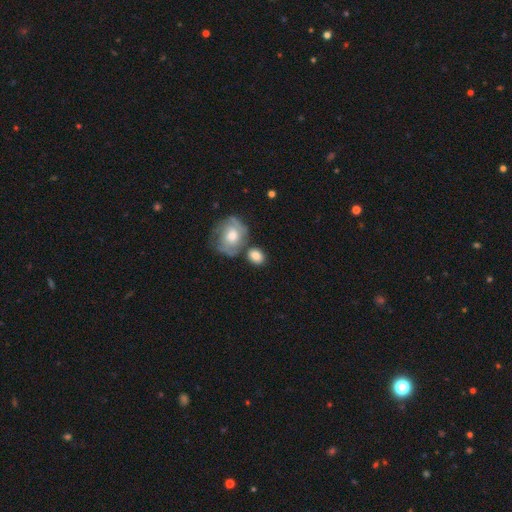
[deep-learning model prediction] smooth_or_featured: smooth (p=0.78) [alt: featured or disk p=0.15]
how_rounded: round (p=0.52) [alt: in between p=0.46]
merging: none (p=0.62) [alt: merger p=0.17]